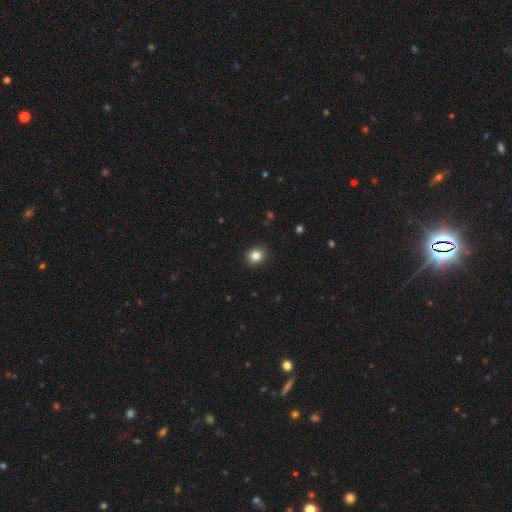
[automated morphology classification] type=smooth (84%); roundness=round (58%); merging=none (91%).